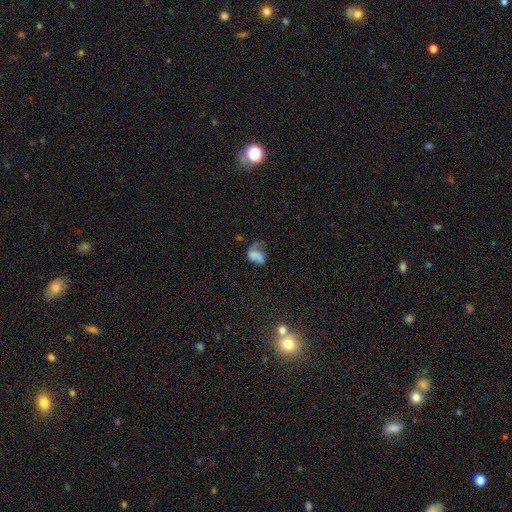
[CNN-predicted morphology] smooth 47%, featured or disk 39%, star or artifact 14%. Down the decision tree: merging — major disturbance (43%).